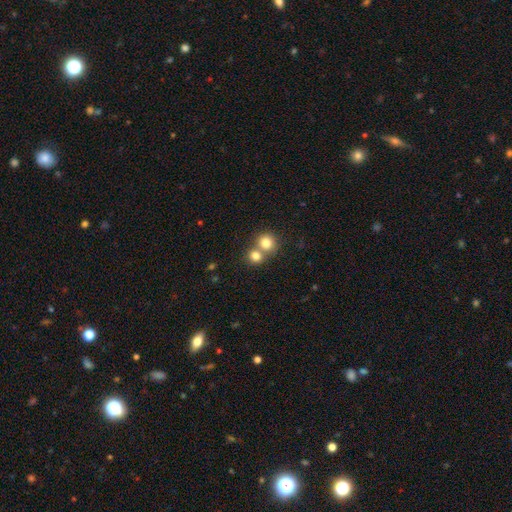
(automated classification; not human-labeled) Q: Smooth or featured?
A: smooth (80%); runner-up: star or artifact (11%)
Q: How rounded?
A: round (83%); runner-up: in between (16%)
Q: Merging?
A: merger (51%); runner-up: none (42%)